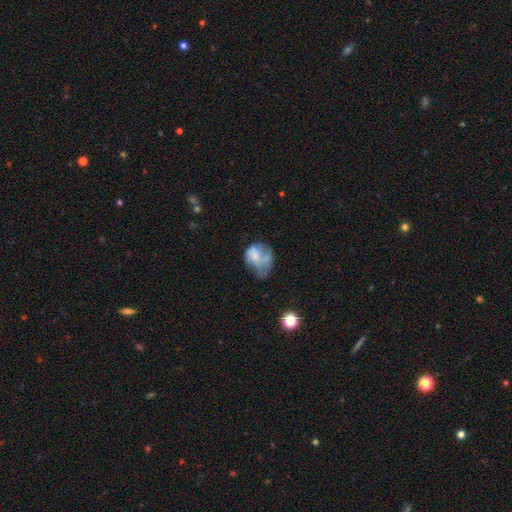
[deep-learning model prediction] smooth-or-featured: featured or disk: 48% | smooth: 43% | star or artifact: 9%
  merging: major disturbance: 38% | minor disturbance: 27% | none: 26% | merger: 10%